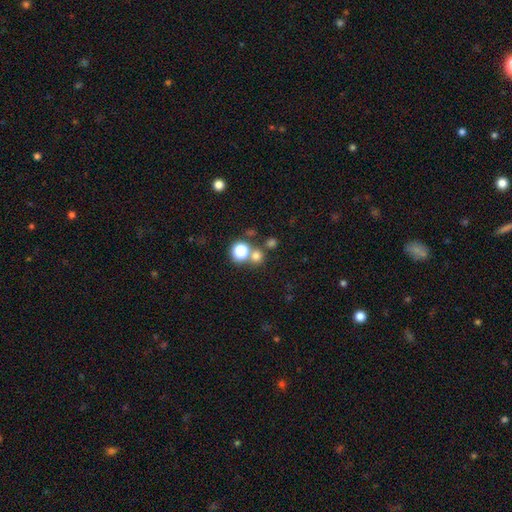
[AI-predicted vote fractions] This is likely a smooth galaxy (71%). How rounded: clearly round (89%). Merging: likely none (64%).